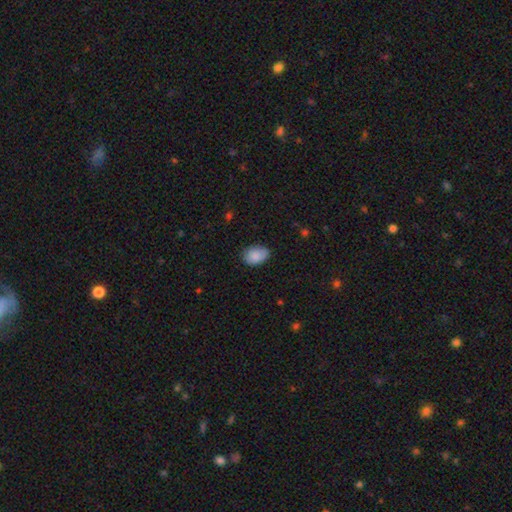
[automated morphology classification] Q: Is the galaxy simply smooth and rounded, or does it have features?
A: smooth — 87%.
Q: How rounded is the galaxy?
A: in between — 83%.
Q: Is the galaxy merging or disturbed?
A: none — 73%.